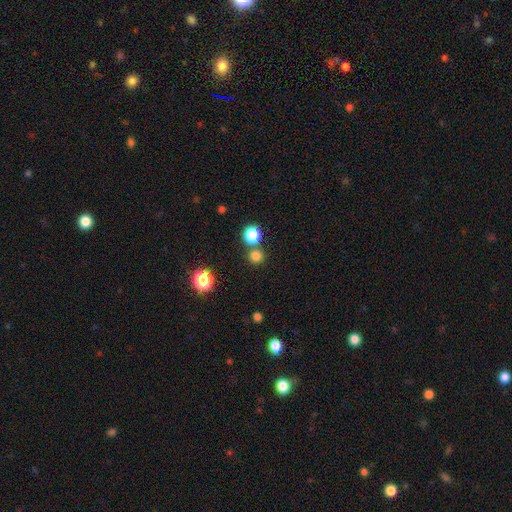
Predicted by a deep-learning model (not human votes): Smooth or featured? Predicted: smooth (p=0.77). How rounded? Predicted: round (p=0.92). Merging? Predicted: none (p=0.70).